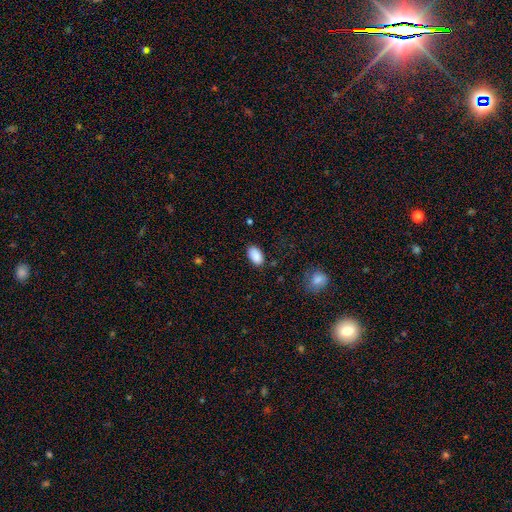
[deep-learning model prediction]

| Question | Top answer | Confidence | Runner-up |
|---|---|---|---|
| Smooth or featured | smooth | 89% | star or artifact (7%) |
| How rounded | in between | 94% | round (5%) |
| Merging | none | 84% | minor disturbance (12%) |